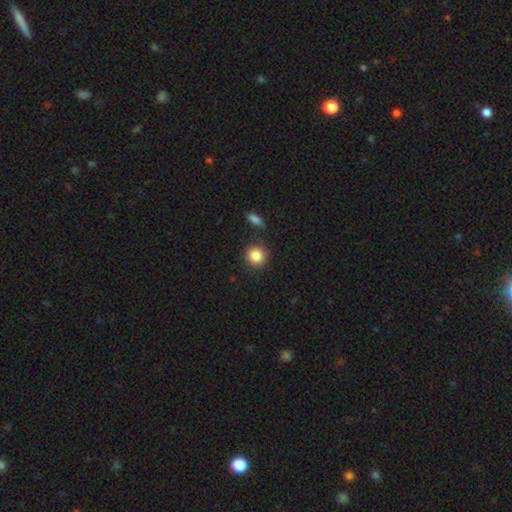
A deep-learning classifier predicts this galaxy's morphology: smooth 86%, star or artifact 9%, featured or disk 5%. Down the decision tree: how rounded — round (91%); merging — none (86%).